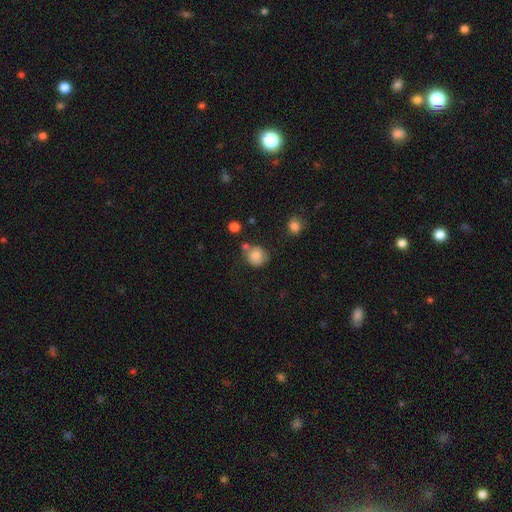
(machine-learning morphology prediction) smooth 82%, star or artifact 10%, featured or disk 8%. Down the decision tree: how rounded — round (86%); merging — none (66%).